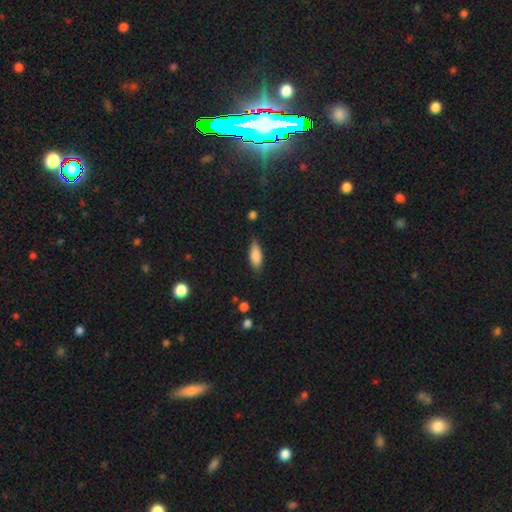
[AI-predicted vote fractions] Smooth or featured?
  - smooth: 85% *
  - featured or disk: 9%
  - star or artifact: 7%
How rounded?
  - in between: 77% *
  - cigar-shaped: 21%
  - round: 2%
Merging?
  - none: 78% *
  - minor disturbance: 17%
  - major disturbance: 3%
  - merger: 2%